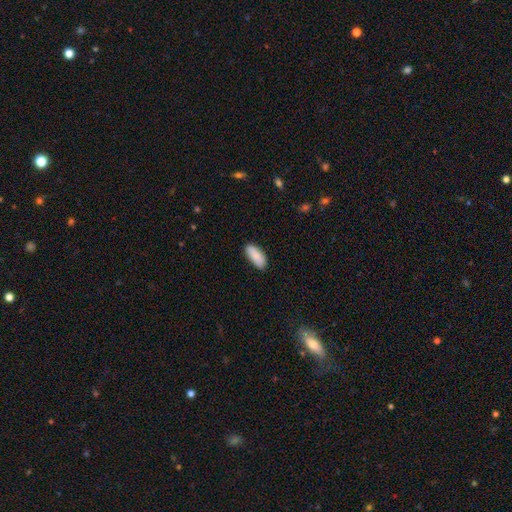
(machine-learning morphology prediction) The model was most divided on "merging": none: 84%, minor disturbance: 12%, major disturbance: 2%, merger: 1%. More confident: how rounded — in between (87%); smooth or featured — smooth (86%).